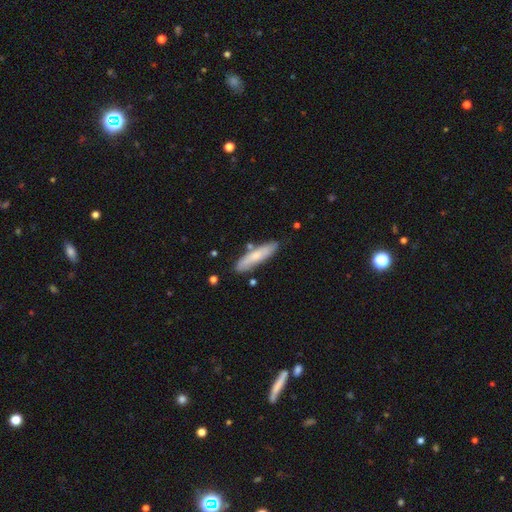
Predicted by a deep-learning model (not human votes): Smooth or featured? smooth (68%)
How rounded? cigar-shaped (75%)
Merging? none (78%)